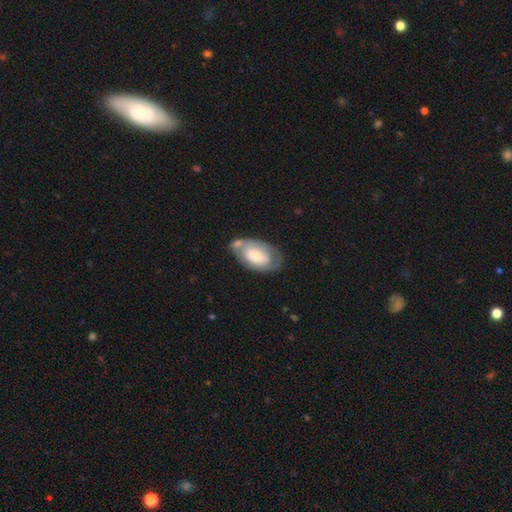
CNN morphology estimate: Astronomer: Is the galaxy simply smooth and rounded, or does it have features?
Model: smooth — 48% (runner-up: featured or disk, 47%).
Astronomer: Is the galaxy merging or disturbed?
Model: none — 52%.